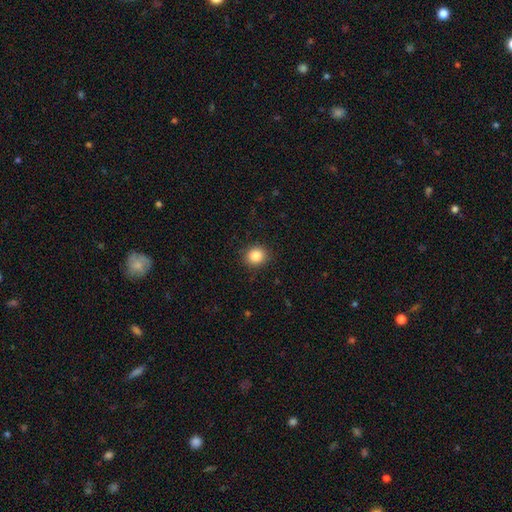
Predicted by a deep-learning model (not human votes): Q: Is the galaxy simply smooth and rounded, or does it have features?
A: smooth — 85%.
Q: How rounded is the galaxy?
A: round — 82%.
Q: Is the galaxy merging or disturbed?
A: none — 89%.